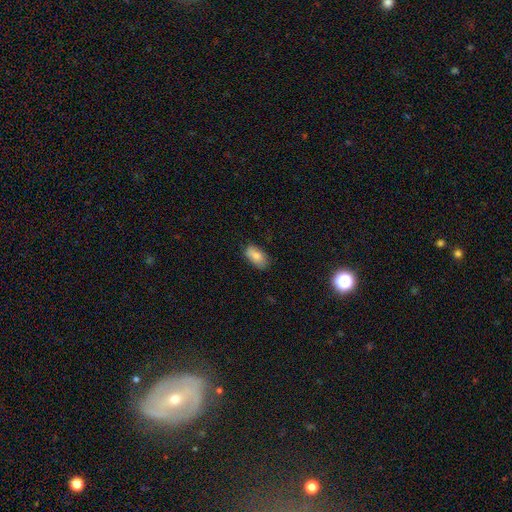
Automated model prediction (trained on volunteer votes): Overall: smooth (81%). How rounded: in between (93%). Merging: none (76%).